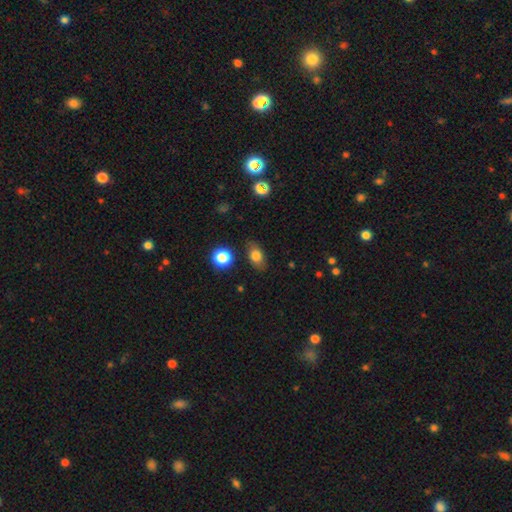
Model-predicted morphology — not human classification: Overall: smooth (77%). How rounded: in between (78%). Merging: none (78%).